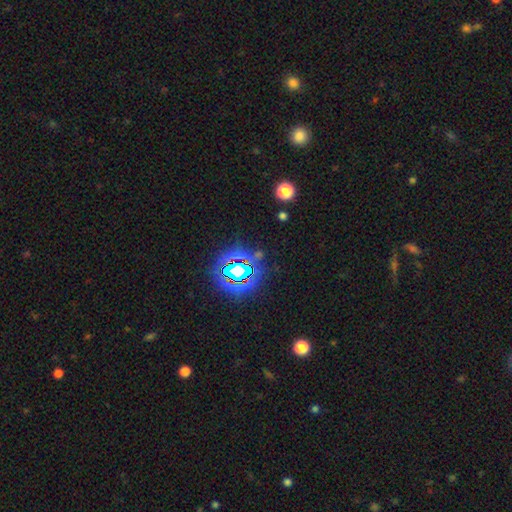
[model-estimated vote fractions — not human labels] Smooth or featured: star or artifact — 74% (smooth — 17%)